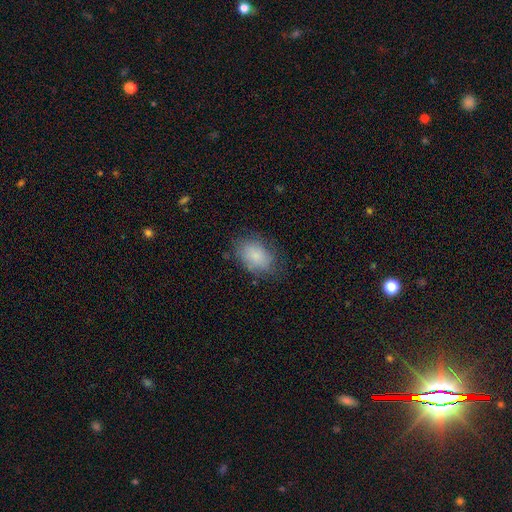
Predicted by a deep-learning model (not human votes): Smooth or featured? Predicted: smooth (p=0.82). How rounded? Predicted: in between (p=0.82). Merging? Predicted: none (p=0.71).